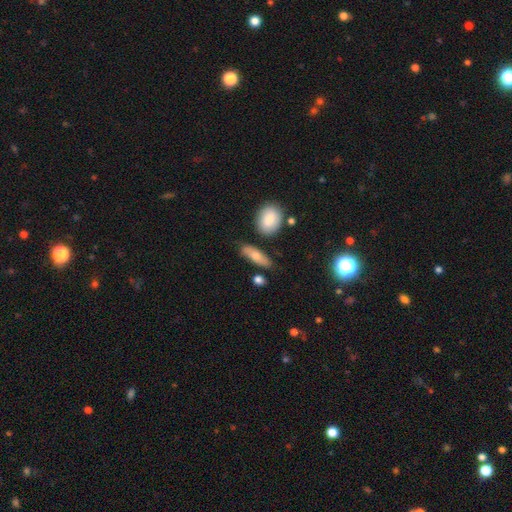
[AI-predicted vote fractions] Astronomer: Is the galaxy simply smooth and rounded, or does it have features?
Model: smooth — 71%.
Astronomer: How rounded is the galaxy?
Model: in between — 58% (runner-up: cigar-shaped, 37%).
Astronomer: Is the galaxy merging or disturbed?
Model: none — 73%.